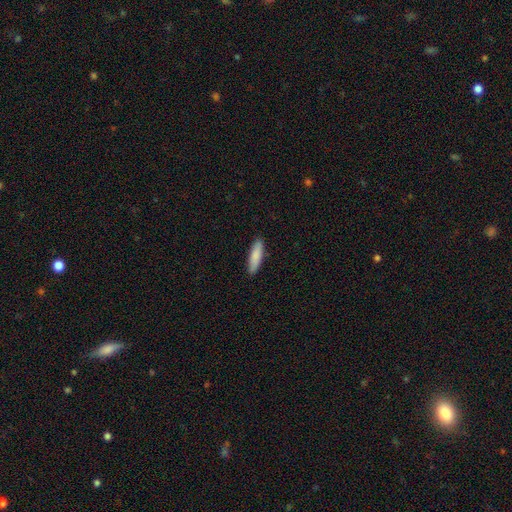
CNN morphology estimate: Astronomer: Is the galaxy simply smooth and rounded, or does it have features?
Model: smooth — 86%.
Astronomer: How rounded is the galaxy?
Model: cigar-shaped — 67%.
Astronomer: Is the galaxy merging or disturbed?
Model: none — 90%.